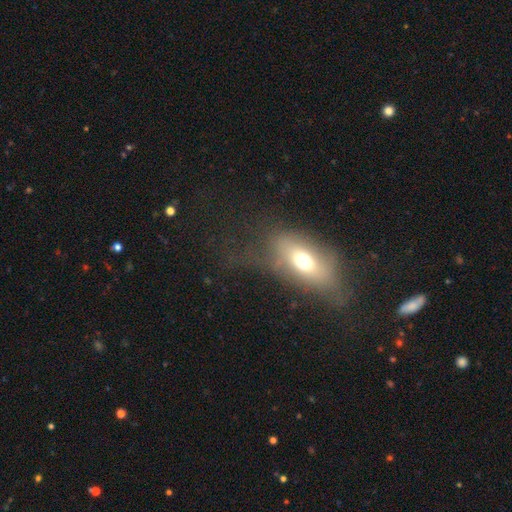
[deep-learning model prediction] Smooth or featured?
  - smooth: 44% *
  - featured or disk: 36%
  - star or artifact: 20%
Merging?
  - none: 40% *
  - major disturbance: 33%
  - minor disturbance: 23%
  - merger: 5%